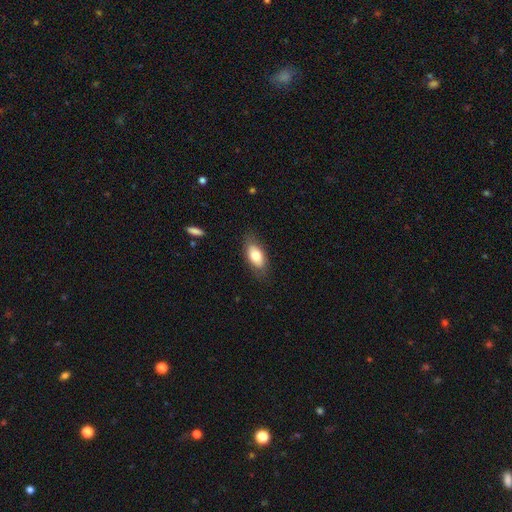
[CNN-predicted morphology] Smooth or featured: smooth — 75% (featured or disk — 18%)
How rounded: in between — 89% (cigar-shaped — 6%)
Merging: none — 77% (minor disturbance — 17%)